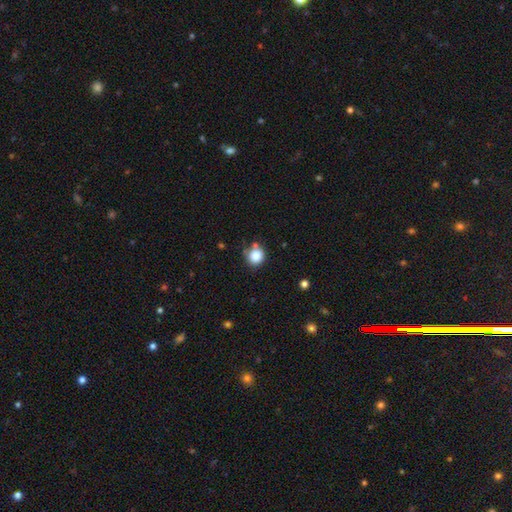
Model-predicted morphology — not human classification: Smooth or featured: smooth — 83% (star or artifact — 11%)
How rounded: round — 88% (in between — 11%)
Merging: none — 71% (minor disturbance — 16%)